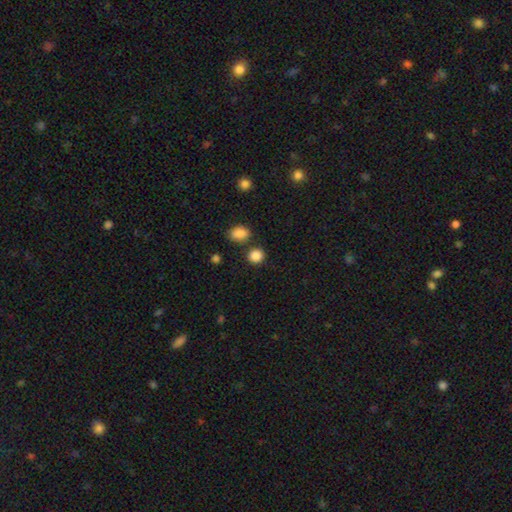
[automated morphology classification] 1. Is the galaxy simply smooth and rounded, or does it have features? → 86% smooth, 10% star or artifact, 3% featured or disk.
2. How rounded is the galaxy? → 83% round, 15% in between, 1% cigar-shaped.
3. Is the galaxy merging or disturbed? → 80% none, 9% minor disturbance, 8% merger, 3% major disturbance.